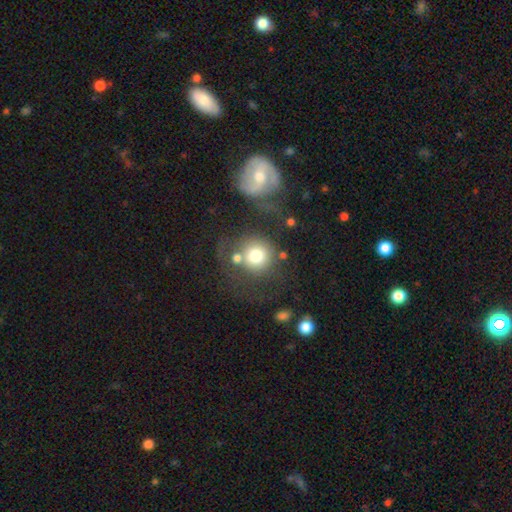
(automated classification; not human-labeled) smooth-or-featured: smooth: 70% | featured or disk: 19% | star or artifact: 11%
  how-rounded: round: 90% | in between: 9% | cigar-shaped: 1%
  merging: none: 49% | merger: 21% | major disturbance: 16% | minor disturbance: 14%